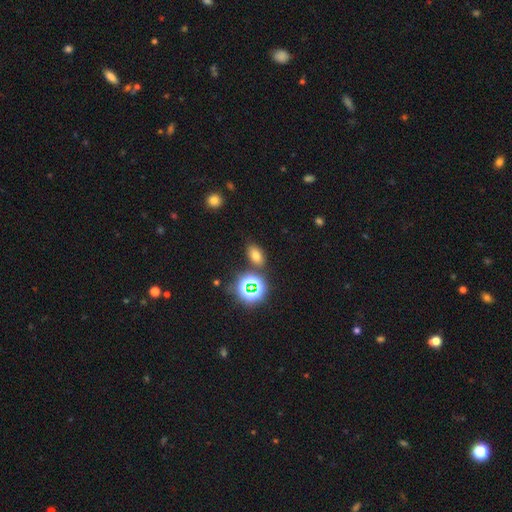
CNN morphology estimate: Smooth or featured: smooth — 65% (star or artifact — 26%)
How rounded: in between — 84% (round — 14%)
Merging: none — 80% (minor disturbance — 10%)